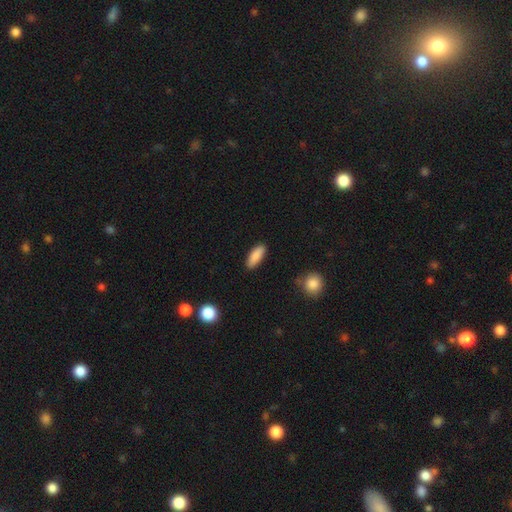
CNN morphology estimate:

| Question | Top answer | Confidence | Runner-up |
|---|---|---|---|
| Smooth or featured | smooth | 88% | star or artifact (6%) |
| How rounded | in between | 66% | cigar-shaped (32%) |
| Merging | none | 88% | minor disturbance (9%) |